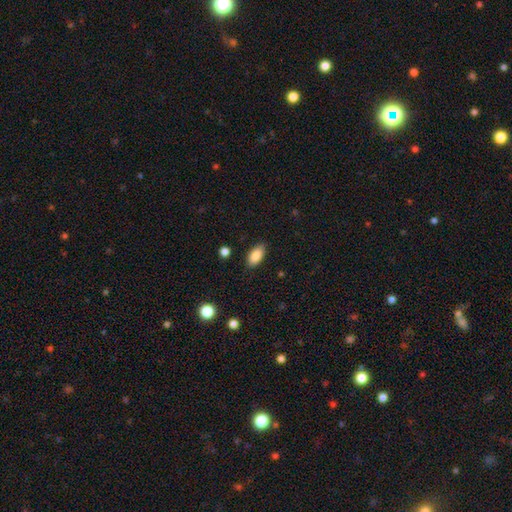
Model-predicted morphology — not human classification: Smooth or featured: smooth — 87% (star or artifact — 7%)
How rounded: in between — 92% (cigar-shaped — 5%)
Merging: none — 87% (minor disturbance — 10%)